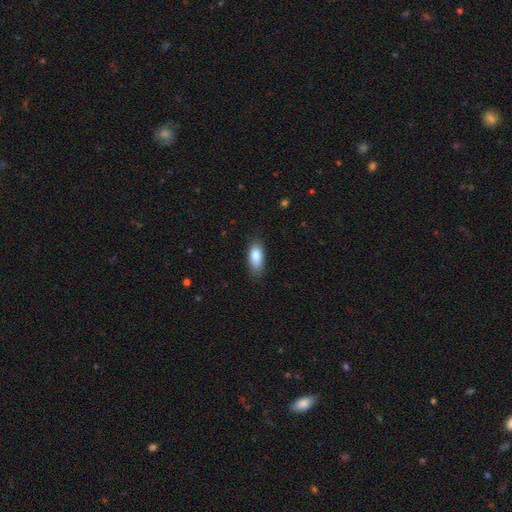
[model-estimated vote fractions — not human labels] Smooth or featured?
  - smooth: 86% *
  - featured or disk: 7%
  - star or artifact: 7%
How rounded?
  - in between: 84% *
  - cigar-shaped: 14%
  - round: 3%
Merging?
  - none: 78% *
  - minor disturbance: 17%
  - major disturbance: 4%
  - merger: 1%